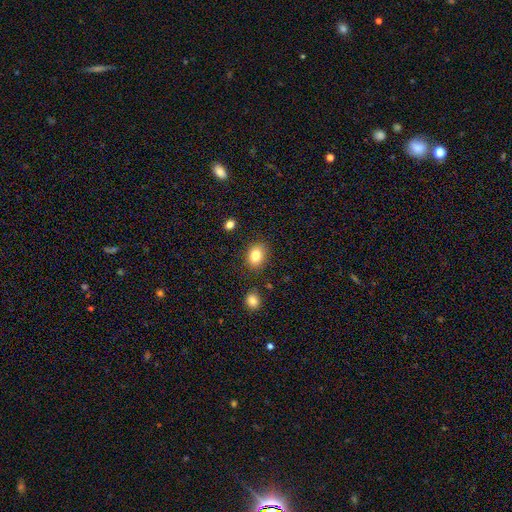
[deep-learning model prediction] Q: Smooth or featured?
A: smooth (85%); runner-up: star or artifact (9%)
Q: How rounded?
A: in between (67%); runner-up: round (32%)
Q: Merging?
A: none (82%); runner-up: minor disturbance (12%)